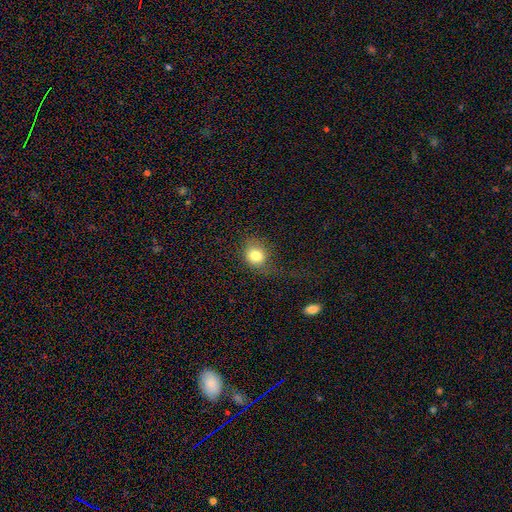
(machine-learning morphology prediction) A smooth galaxy with no disk features (79%) that is round (69%).

Vote fractions:
- Smooth or featured? smooth: 79% / featured or disk: 11% / star or artifact: 10%
- How rounded? round: 69% / in between: 30% / cigar-shaped: 1%
- Merging? none: 46% / major disturbance: 30% / minor disturbance: 22% / merger: 3%